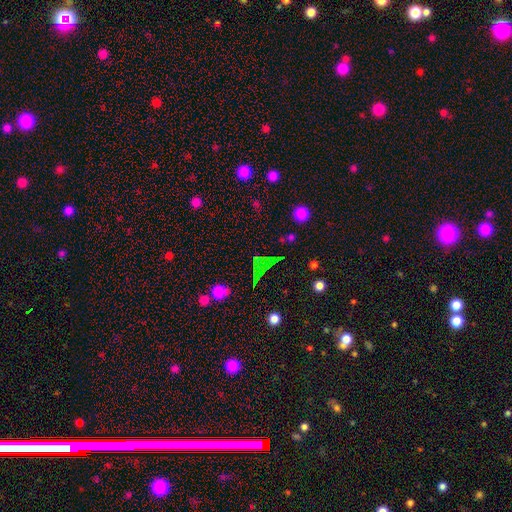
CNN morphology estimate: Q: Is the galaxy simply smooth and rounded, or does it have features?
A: star or artifact — 50%.